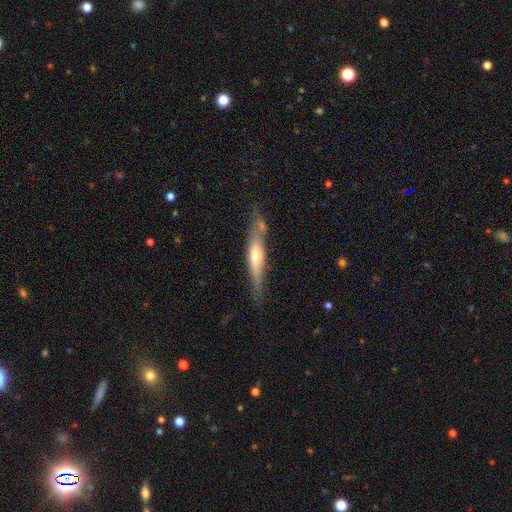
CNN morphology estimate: This is possibly a featured or disk galaxy (56%). It is clearly viewed edge-on (89%). Edge-on bulge: likely rounded (73%). Merging: likely none (67%).